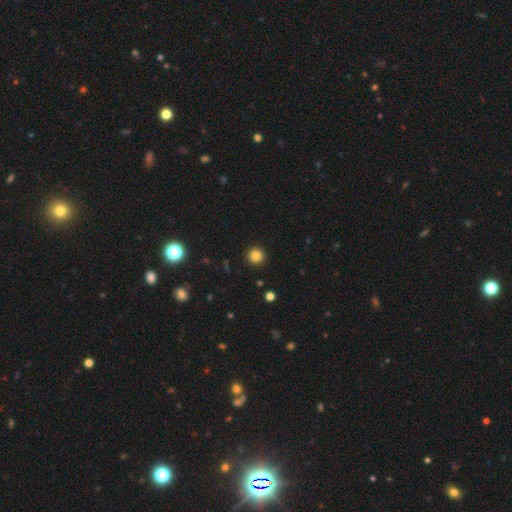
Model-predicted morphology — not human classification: smooth-or-featured: smooth: 83% | star or artifact: 12% | featured or disk: 5%
  how-rounded: round: 96% | in between: 3% | cigar-shaped: 1%
  merging: none: 93% | minor disturbance: 4% | major disturbance: 2% | merger: 1%